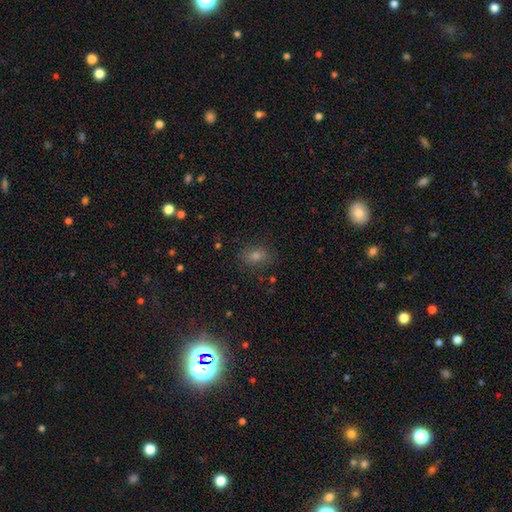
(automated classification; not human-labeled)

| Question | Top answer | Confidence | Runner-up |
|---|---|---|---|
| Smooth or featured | smooth | 57% | star or artifact (33%) |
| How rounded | in between | 63% | round (34%) |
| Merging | none | 84% | minor disturbance (11%) |